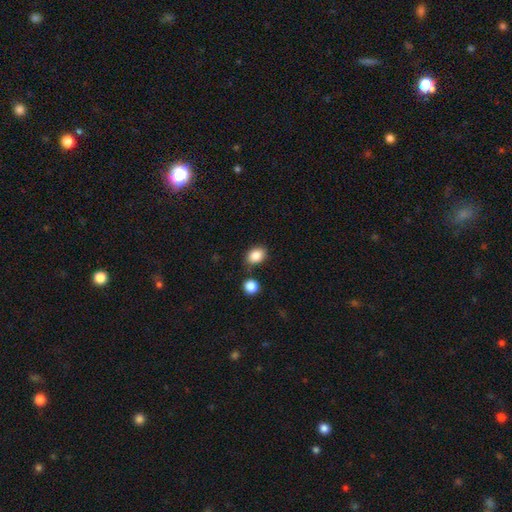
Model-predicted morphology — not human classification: The model was most divided on "how rounded": in between: 70%, round: 29%, cigar-shaped: 1%. More confident: smooth or featured — smooth (86%); merging — none (78%).